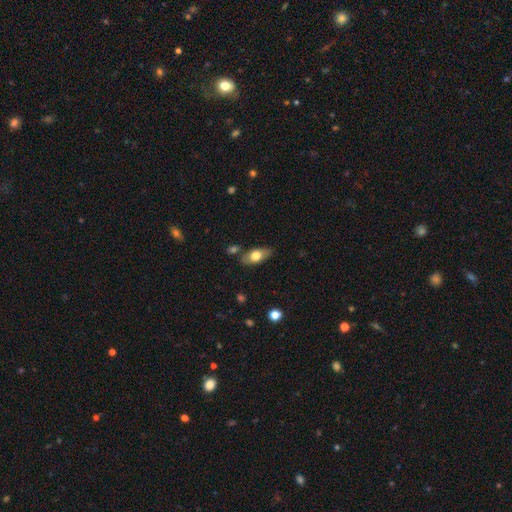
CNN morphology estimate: Q: Smooth or featured?
A: smooth (67%); runner-up: featured or disk (26%)
Q: How rounded?
A: in between (85%); runner-up: cigar-shaped (9%)
Q: Merging?
A: none (77%); runner-up: minor disturbance (15%)